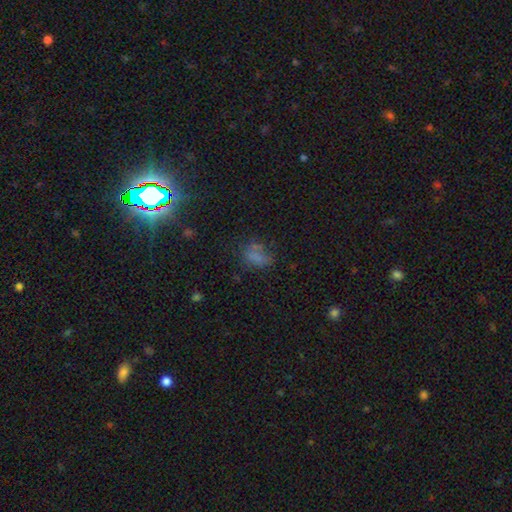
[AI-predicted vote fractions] A smooth galaxy with no disk features (58%) that is in between round and cigar-shaped (76%). Merging: none (49%).